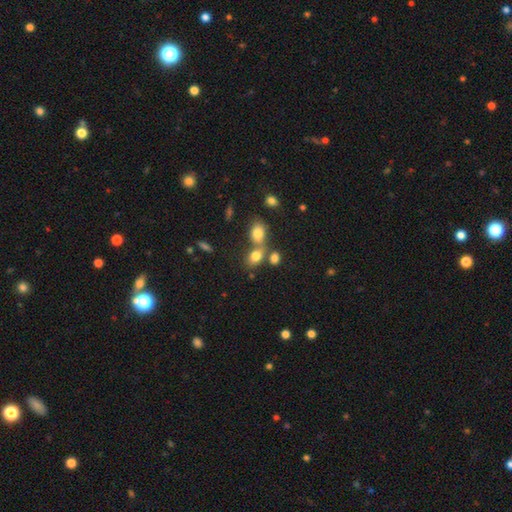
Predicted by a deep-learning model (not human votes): smooth_or_featured: smooth (p=0.78) [alt: star or artifact p=0.12]
how_rounded: in between (p=0.69) [alt: round p=0.29]
merging: none (p=0.43) [alt: merger p=0.42]